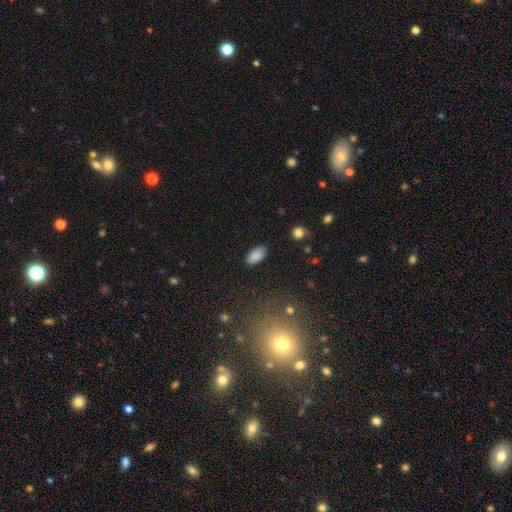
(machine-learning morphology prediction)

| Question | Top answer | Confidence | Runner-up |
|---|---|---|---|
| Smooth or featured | smooth | 87% | star or artifact (8%) |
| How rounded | in between | 94% | round (3%) |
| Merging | none | 85% | minor disturbance (11%) |